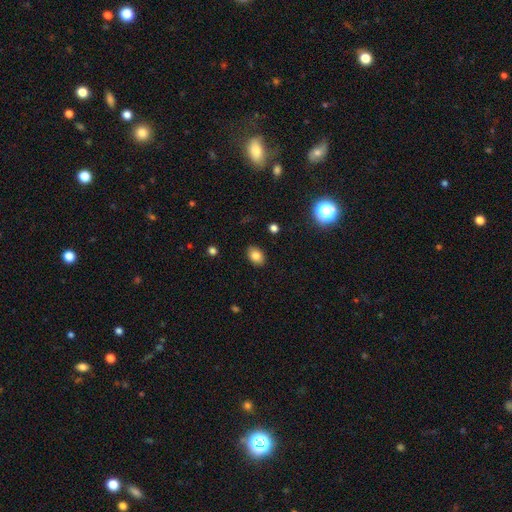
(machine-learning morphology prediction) This appears to be a smooth galaxy with no disk features (82%) that is in between round and cigar-shaped (76%). Merging: none (88%).